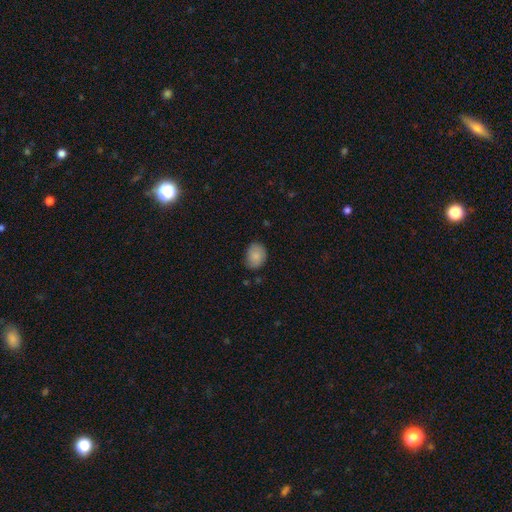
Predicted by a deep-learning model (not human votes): Smooth or featured?
  - smooth: 83% *
  - featured or disk: 9%
  - star or artifact: 7%
How rounded?
  - in between: 70% *
  - round: 29%
  - cigar-shaped: 1%
Merging?
  - none: 77% *
  - minor disturbance: 19%
  - major disturbance: 3%
  - merger: 1%